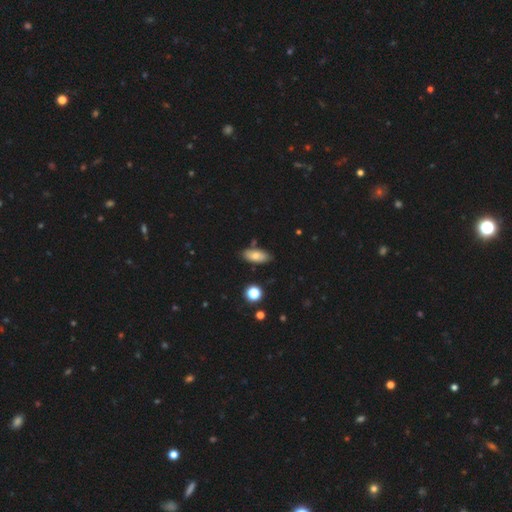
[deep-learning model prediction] Smooth or featured? smooth (73%)
How rounded? in between (85%)
Merging? none (81%)